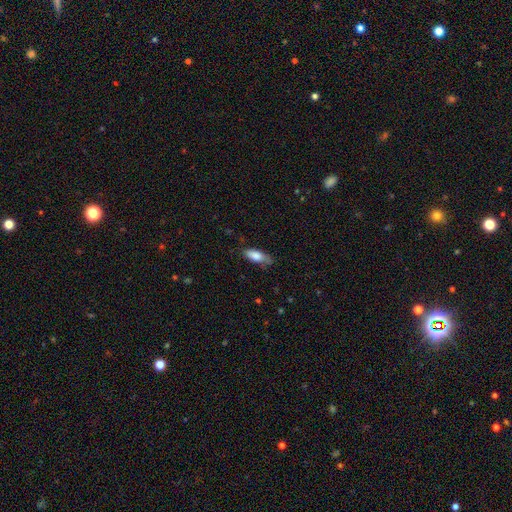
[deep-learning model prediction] This appears to be a smooth galaxy with no disk features (80%) that is in between round and cigar-shaped (73%). Merging: none (62%).